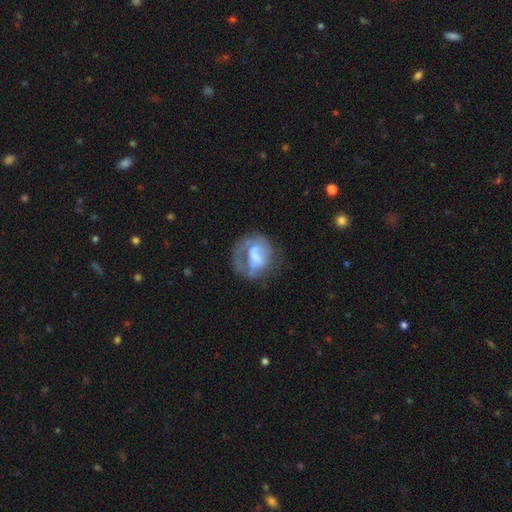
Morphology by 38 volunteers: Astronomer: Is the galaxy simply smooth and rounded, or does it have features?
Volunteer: featured or disk — 58% (runner-up: smooth, 37%).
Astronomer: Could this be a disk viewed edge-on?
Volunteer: no — 95%.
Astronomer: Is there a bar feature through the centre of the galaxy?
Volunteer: no — 62%.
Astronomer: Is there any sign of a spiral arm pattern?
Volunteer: no — 95%.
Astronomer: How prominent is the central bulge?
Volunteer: large — 38% (runner-up: none, 29%).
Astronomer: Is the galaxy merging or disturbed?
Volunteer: major disturbance — 50%.